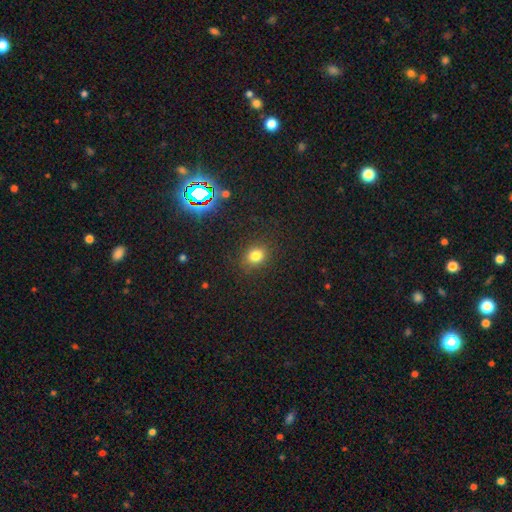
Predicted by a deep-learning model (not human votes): A smooth galaxy with no disk features (78%) that is round (62%). Merging: none (86%).